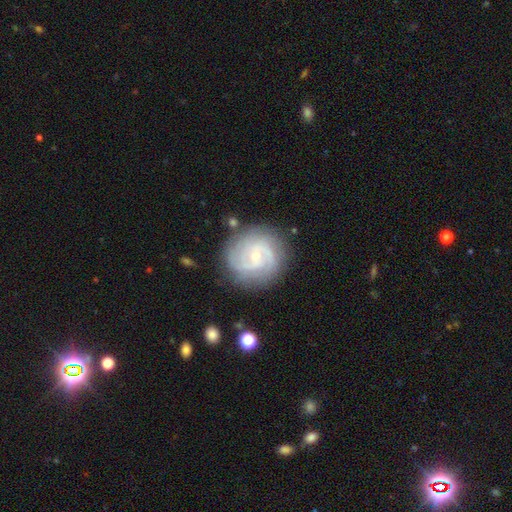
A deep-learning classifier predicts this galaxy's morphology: Q: Smooth or featured?
A: featured or disk (82%); runner-up: smooth (11%)
Q: Edge-on disk?
A: no (98%); runner-up: yes (2%)
Q: Bar?
A: no (55%); runner-up: weak (38%)
Q: Spiral arms?
A: yes (96%); runner-up: no (4%)
Q: Spiral winding?
A: tight (49%); runner-up: medium (40%)
Q: Spiral arm count?
A: 2 (49%); runner-up: 3 (19%)
Q: Bulge size?
A: small (76%); runner-up: moderate (20%)
Q: Merging?
A: none (81%); runner-up: minor disturbance (13%)